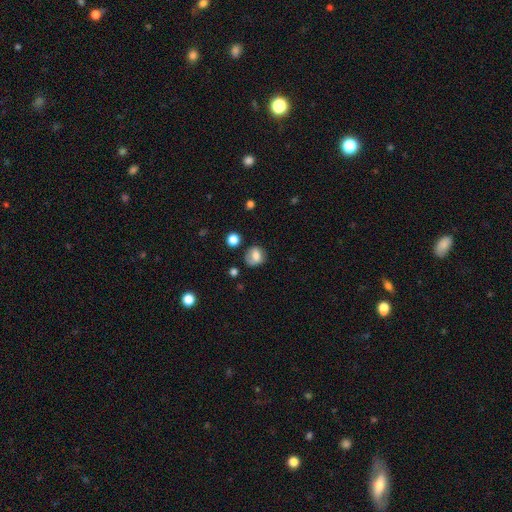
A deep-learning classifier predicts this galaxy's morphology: The model was most divided on "how rounded": round: 64%, in between: 35%, cigar-shaped: 1%. More confident: smooth or featured — smooth (70%); merging — none (62%).